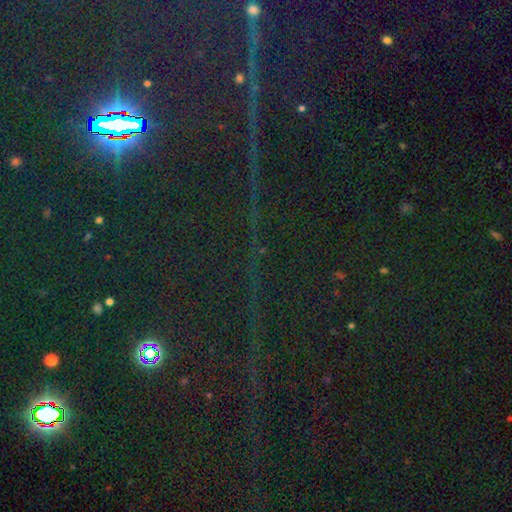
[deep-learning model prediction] Overall: star or artifact (87%).